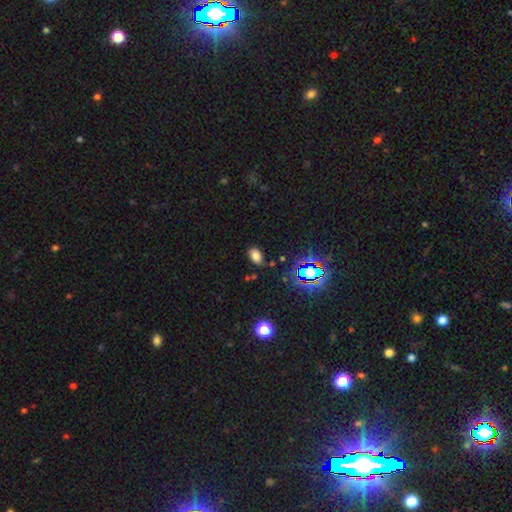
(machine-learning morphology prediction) Smooth or featured: smooth — 72% (star or artifact — 22%)
How rounded: in between — 87% (round — 11%)
Merging: none — 83% (minor disturbance — 11%)